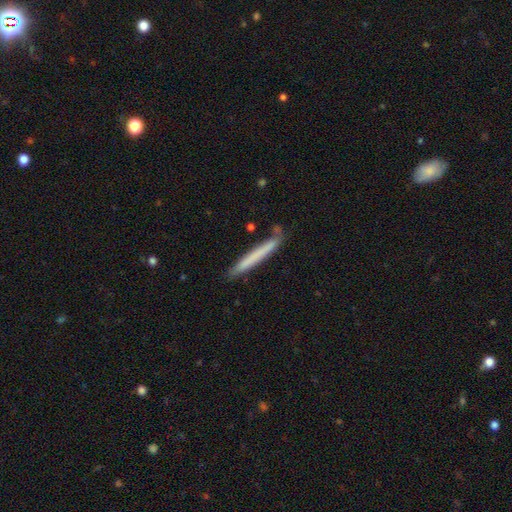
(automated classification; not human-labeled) A smooth galaxy with no disk features (65%) that is cigar-shaped (97%). Merging: none (79%).